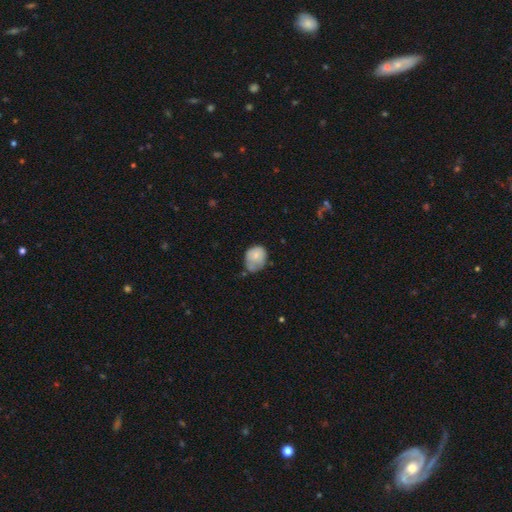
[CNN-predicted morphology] This appears to be a smooth galaxy with no disk features (74%) that is round (51%). Merging: minor disturbance (43%).